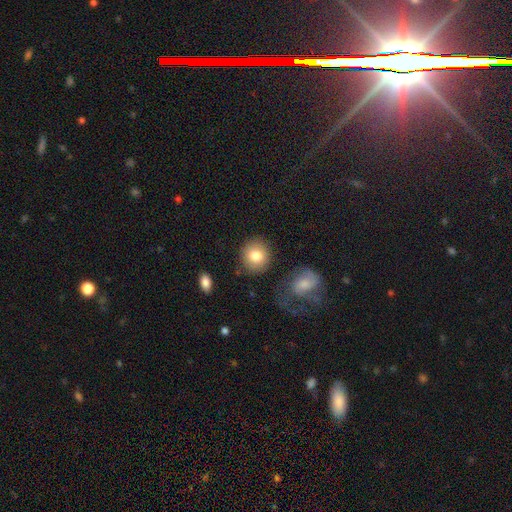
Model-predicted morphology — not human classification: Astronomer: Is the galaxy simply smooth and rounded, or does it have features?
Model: smooth — 82%.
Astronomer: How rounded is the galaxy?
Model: round — 87%.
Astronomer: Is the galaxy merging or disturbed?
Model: none — 85%.